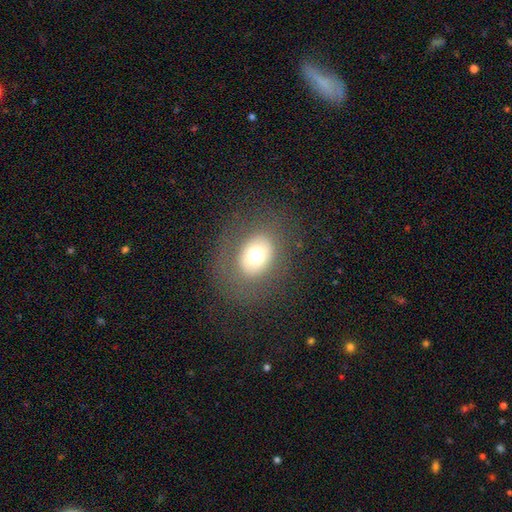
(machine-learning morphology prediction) This appears to be a smooth galaxy with no disk features (65%) that is in between round and cigar-shaped (51%). Merging: none (79%).